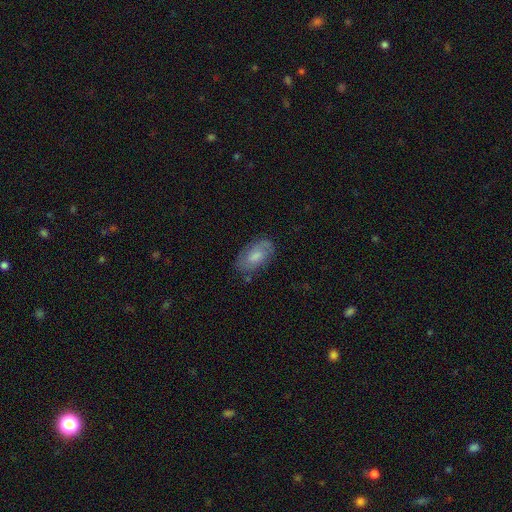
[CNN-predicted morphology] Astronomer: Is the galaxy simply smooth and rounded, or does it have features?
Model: smooth — 61%.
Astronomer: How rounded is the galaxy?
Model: in between — 92%.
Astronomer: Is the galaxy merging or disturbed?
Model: none — 72%.